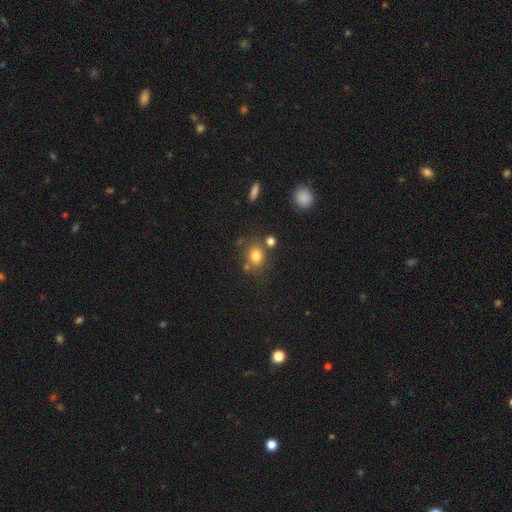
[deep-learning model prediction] This is likely a smooth galaxy (77%). How rounded: likely round (64%). Merging: likely none (68%).